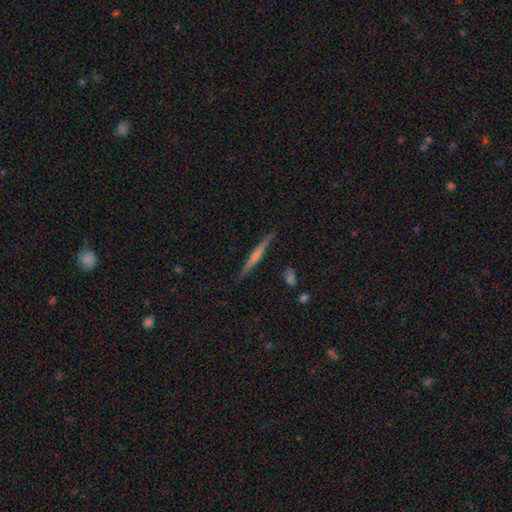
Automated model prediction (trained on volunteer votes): Smooth or featured? Predicted: featured or disk (p=0.68). Edge-on disk? Predicted: yes (p=0.98). Edge-on bulge? Predicted: rounded (p=0.72). Merging? Predicted: none (p=0.89).